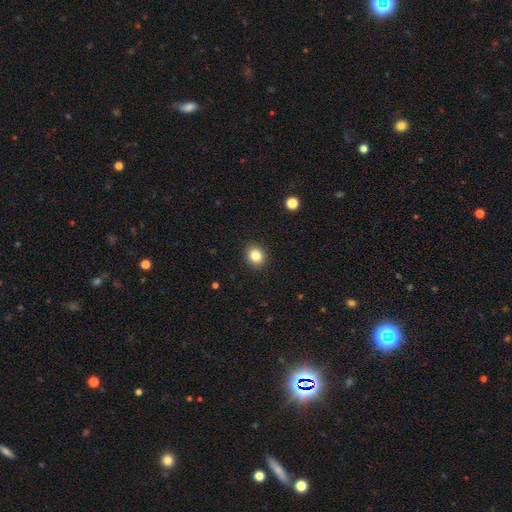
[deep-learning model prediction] Overall: smooth (84%). How rounded: round (64%; in between 35%). Merging: none (91%).